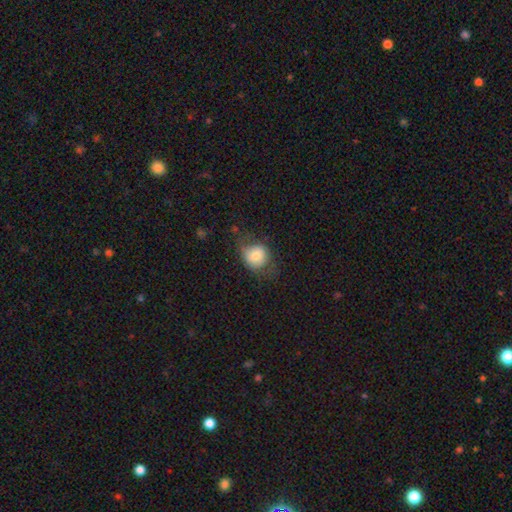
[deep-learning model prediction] A smooth galaxy with no disk features (73%) that is round (71%).

Vote fractions:
- Smooth or featured? smooth: 73% / featured or disk: 18% / star or artifact: 9%
- How rounded? round: 71% / in between: 28% / cigar-shaped: 1%
- Merging? none: 54% / minor disturbance: 28% / major disturbance: 17% / merger: 2%